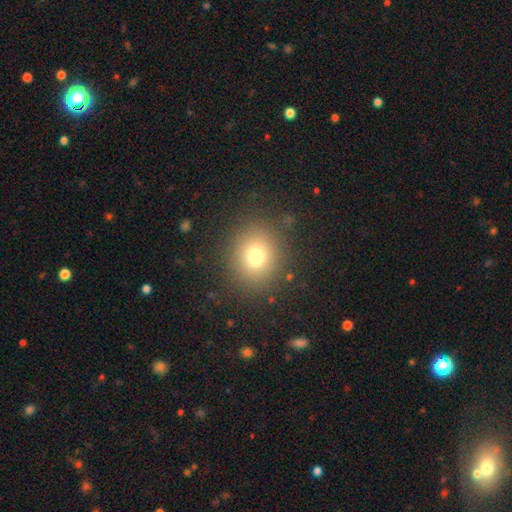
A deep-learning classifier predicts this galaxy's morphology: Smooth or featured: smooth — 75% (star or artifact — 16%)
How rounded: round — 80% (in between — 20%)
Merging: none — 87% (minor disturbance — 8%)